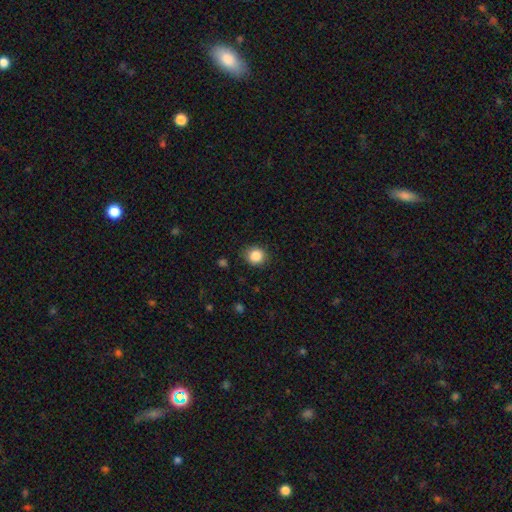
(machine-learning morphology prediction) Smooth or featured? Predicted: smooth (p=0.87). How rounded? Predicted: round (p=0.86). Merging? Predicted: none (p=0.86).